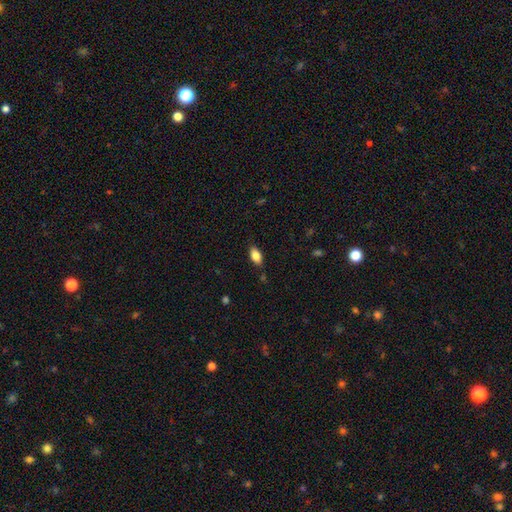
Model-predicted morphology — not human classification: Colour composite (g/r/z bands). It shows a smooth galaxy with no disk features (83%) that is in between round and cigar-shaped (90%). Merging: none (82%).